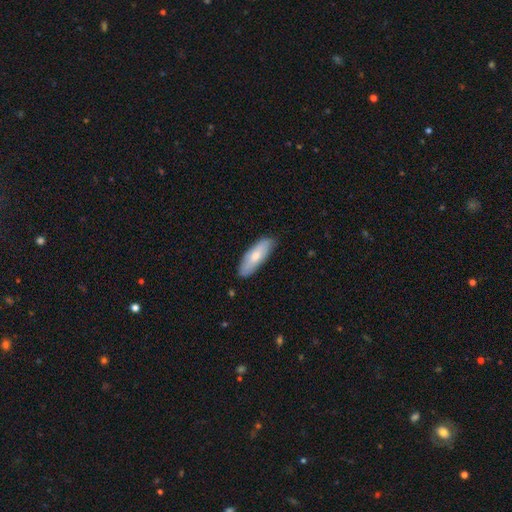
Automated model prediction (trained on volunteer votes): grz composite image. It shows a smooth galaxy with no disk features (70%) that is in between round and cigar-shaped (64%). Merging: none (85%).